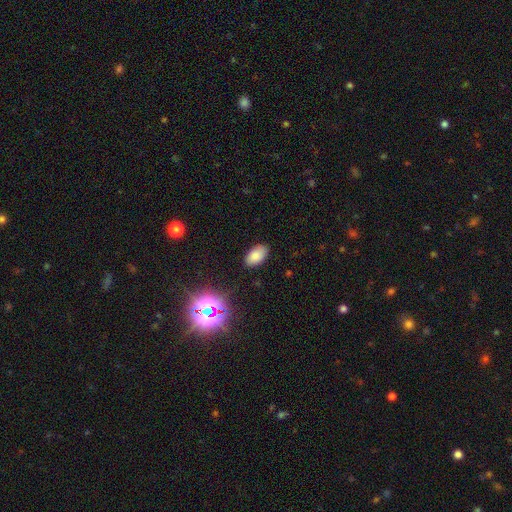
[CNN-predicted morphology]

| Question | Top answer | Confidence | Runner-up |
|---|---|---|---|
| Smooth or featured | smooth | 80% | star or artifact (14%) |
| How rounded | in between | 94% | round (5%) |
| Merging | none | 86% | minor disturbance (10%) |